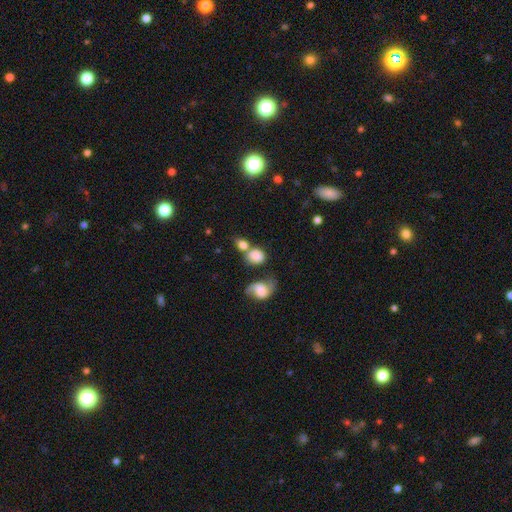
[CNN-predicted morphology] Smooth or featured?
  - smooth: 80% *
  - featured or disk: 10%
  - star or artifact: 10%
How rounded?
  - round: 58% *
  - in between: 40%
  - cigar-shaped: 2%
Merging?
  - none: 44% *
  - merger: 33%
  - minor disturbance: 15%
  - major disturbance: 8%